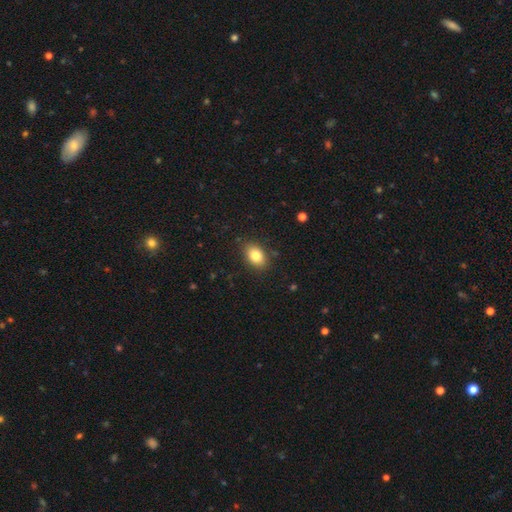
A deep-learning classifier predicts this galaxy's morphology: Smooth or featured: smooth — 83% (star or artifact — 9%)
How rounded: in between — 81% (round — 18%)
Merging: none — 86% (minor disturbance — 10%)